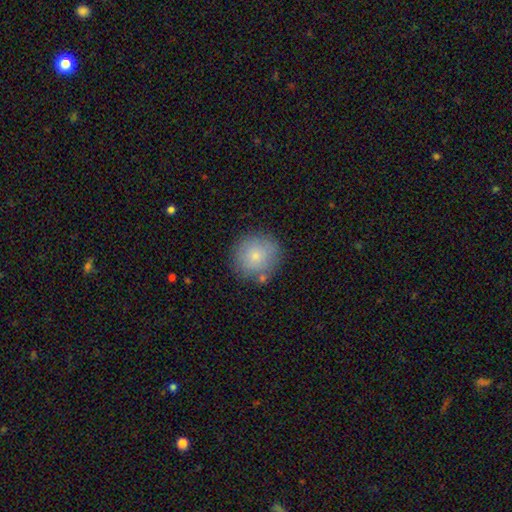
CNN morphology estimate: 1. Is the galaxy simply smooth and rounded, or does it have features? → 78% smooth, 14% featured or disk, 8% star or artifact.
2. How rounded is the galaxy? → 94% round, 5% in between, 1% cigar-shaped.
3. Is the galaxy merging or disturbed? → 79% none, 12% minor disturbance, 5% merger, 4% major disturbance.